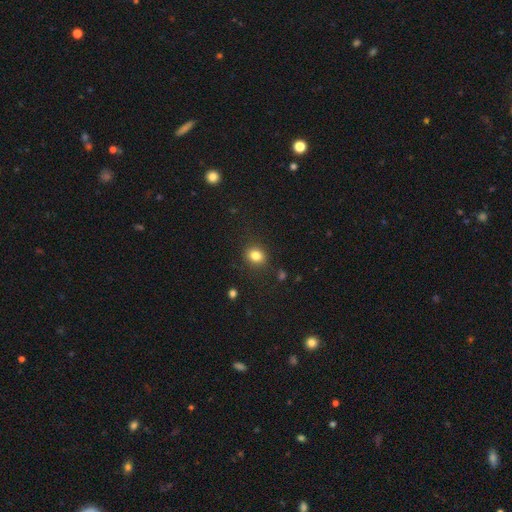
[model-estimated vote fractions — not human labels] Overall: smooth (82%). How rounded: round (60%; in between 39%). Merging: none (86%).